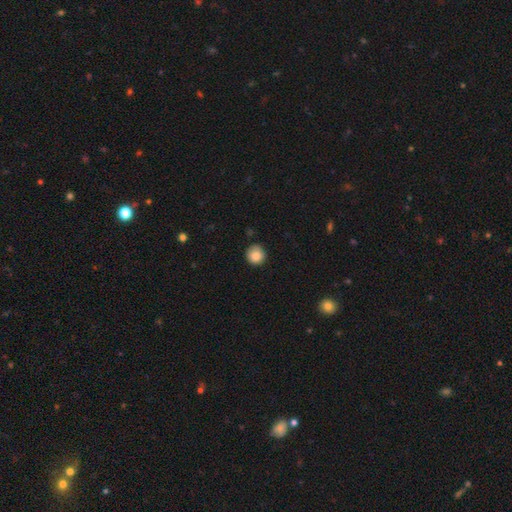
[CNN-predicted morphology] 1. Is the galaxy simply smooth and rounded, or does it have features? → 87% smooth, 9% star or artifact, 4% featured or disk.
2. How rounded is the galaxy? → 94% round, 5% in between, 1% cigar-shaped.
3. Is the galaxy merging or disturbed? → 83% none, 13% minor disturbance, 2% major disturbance, 1% merger.